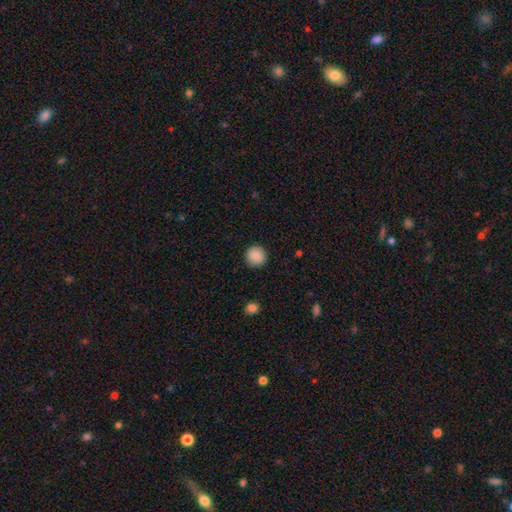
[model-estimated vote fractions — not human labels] smooth-or-featured: smooth: 89% | star or artifact: 8% | featured or disk: 3%
  how-rounded: round: 95% | in between: 5% | cigar-shaped: 1%
  merging: none: 92% | minor disturbance: 5% | major disturbance: 2% | merger: 1%